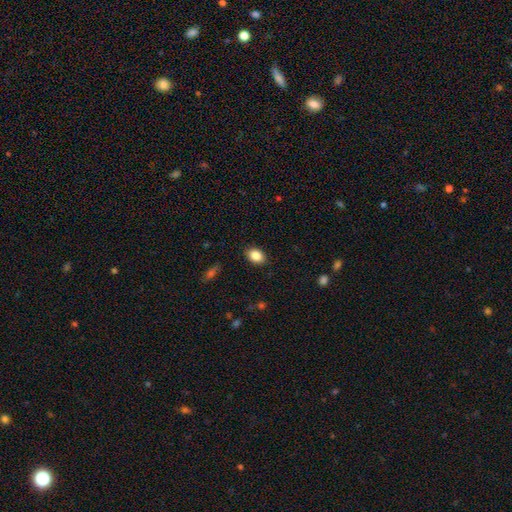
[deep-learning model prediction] smooth_or_featured: smooth (p=0.86) [alt: star or artifact p=0.08]
how_rounded: in between (p=0.81) [alt: round p=0.17]
merging: none (p=0.88) [alt: minor disturbance p=0.09]